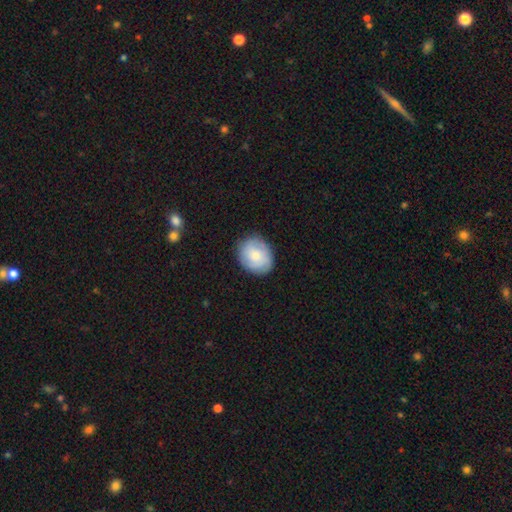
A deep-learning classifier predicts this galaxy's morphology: Smooth or featured? Predicted: smooth (p=0.67). How rounded? Predicted: round (p=0.55). Merging? Predicted: none (p=0.82).